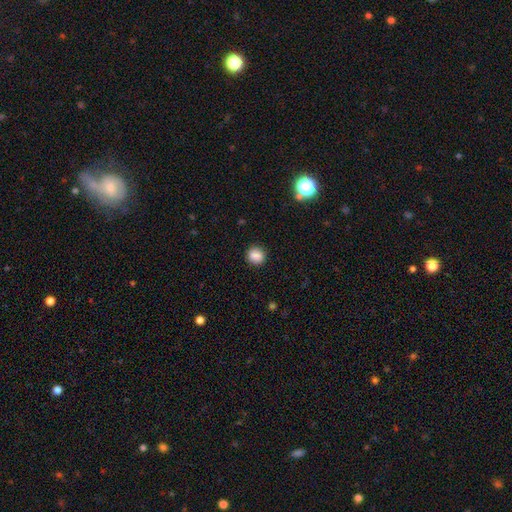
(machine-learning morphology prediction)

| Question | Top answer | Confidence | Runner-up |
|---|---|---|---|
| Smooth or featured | smooth | 87% | star or artifact (10%) |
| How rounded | round | 84% | in between (15%) |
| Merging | none | 90% | minor disturbance (7%) |